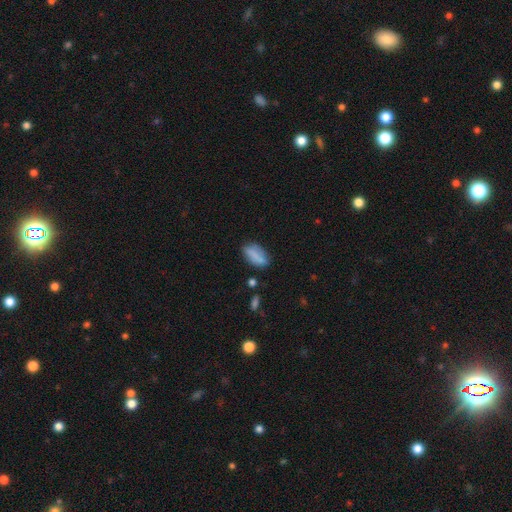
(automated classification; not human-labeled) This appears to be a smooth galaxy with no disk features (75%) that is in between round and cigar-shaped (83%). Merging: none (65%).